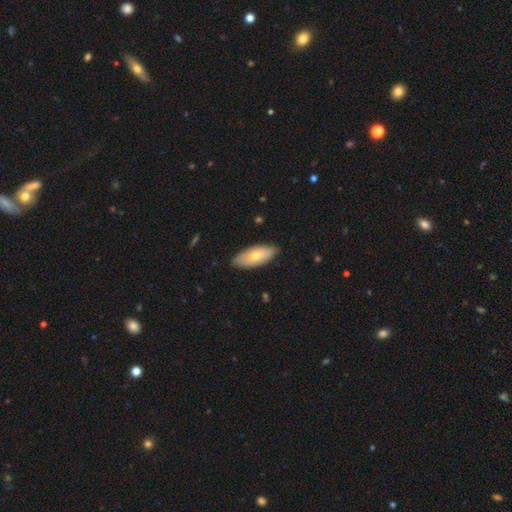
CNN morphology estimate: A smooth galaxy with no disk features (67%) that is in between round and cigar-shaped (86%).

Vote fractions:
- Smooth or featured? smooth: 67% / featured or disk: 28% / star or artifact: 5%
- How rounded? in between: 86% / cigar-shaped: 12% / round: 2%
- Merging? none: 84% / minor disturbance: 13% / major disturbance: 2% / merger: 1%